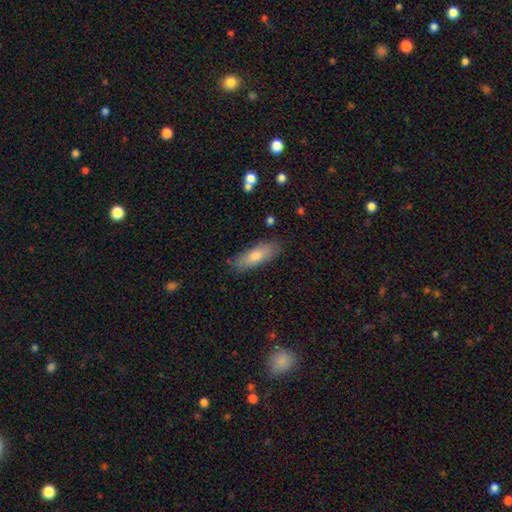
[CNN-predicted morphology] This is likely a smooth galaxy (73%). How rounded: possibly in between (54%). Merging: clearly none (84%).